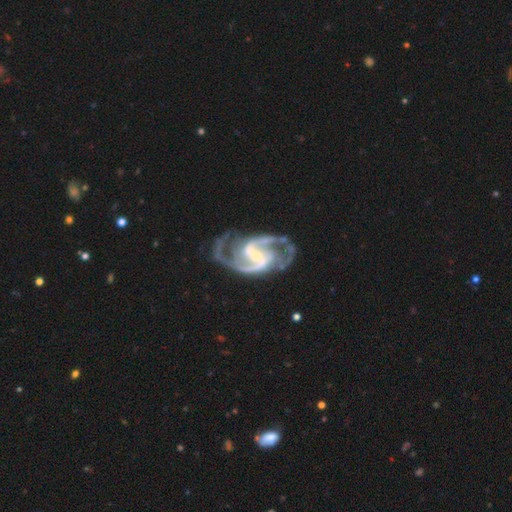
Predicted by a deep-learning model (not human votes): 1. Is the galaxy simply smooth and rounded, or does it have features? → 92% featured or disk, 5% star or artifact, 3% smooth.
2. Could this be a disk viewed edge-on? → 98% no, 2% yes.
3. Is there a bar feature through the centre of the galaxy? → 44% weak, 41% strong, 15% no.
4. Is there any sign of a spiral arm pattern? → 98% yes, 2% no.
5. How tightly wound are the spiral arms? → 60% medium, 22% loose, 18% tight.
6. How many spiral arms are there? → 80% 2, 8% 3, 4% can't tell, 2% 4, 2% 1, 2% more than 4.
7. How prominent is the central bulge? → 56% small, 26% moderate, 13% none, 3% large, 1% dominant.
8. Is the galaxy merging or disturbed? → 63% none, 18% minor disturbance, 16% major disturbance, 3% merger.